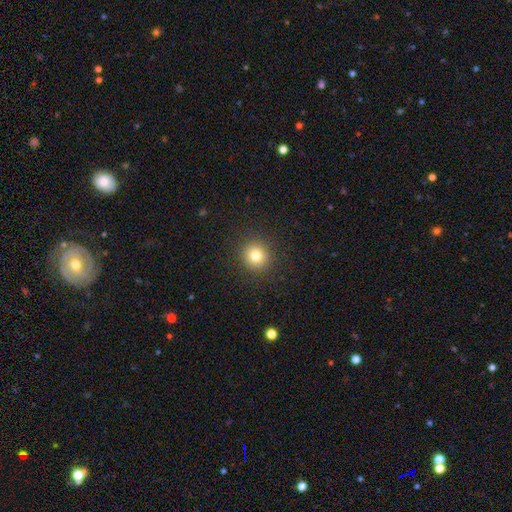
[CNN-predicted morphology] type=smooth (80%); roundness=round (92%); merging=none (91%).